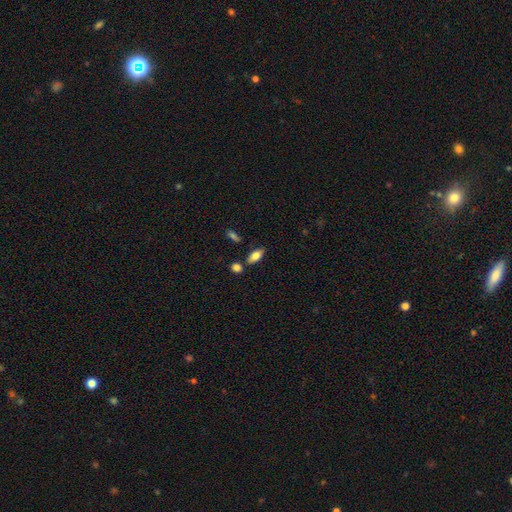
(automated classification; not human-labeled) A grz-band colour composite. It shows a smooth galaxy with no disk features (72%) that is in between round and cigar-shaped (83%). Merging: none (75%).